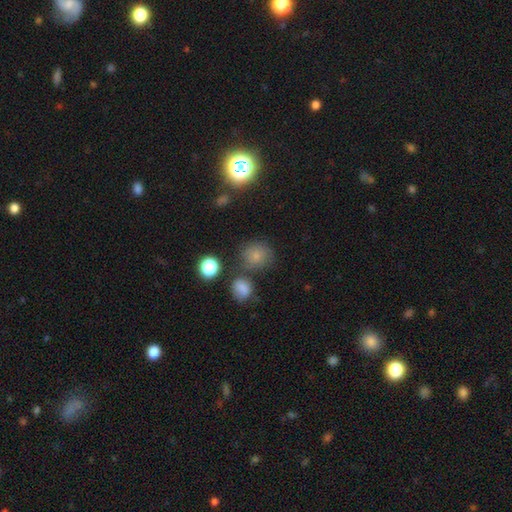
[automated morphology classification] Smooth or featured: smooth — 74% (star or artifact — 15%)
How rounded: round — 82% (in between — 17%)
Merging: none — 65% (minor disturbance — 15%)